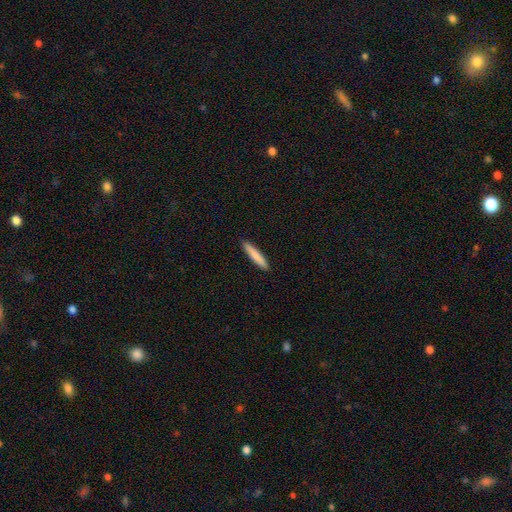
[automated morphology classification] smooth-or-featured: smooth: 83% | featured or disk: 12% | star or artifact: 5%
  how-rounded: cigar-shaped: 93% | in between: 6% | round: 1%
  merging: none: 92% | minor disturbance: 6% | major disturbance: 1% | merger: 1%